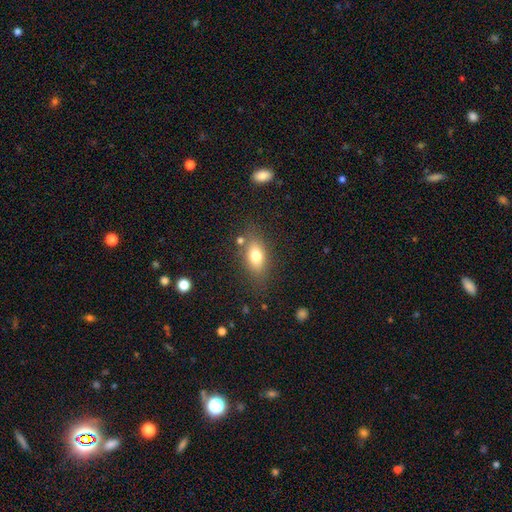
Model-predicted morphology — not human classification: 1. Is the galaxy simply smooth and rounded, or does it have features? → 75% smooth, 15% featured or disk, 10% star or artifact.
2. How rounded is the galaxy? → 81% in between, 12% round, 7% cigar-shaped.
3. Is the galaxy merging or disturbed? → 75% none, 15% minor disturbance, 5% merger, 5% major disturbance.